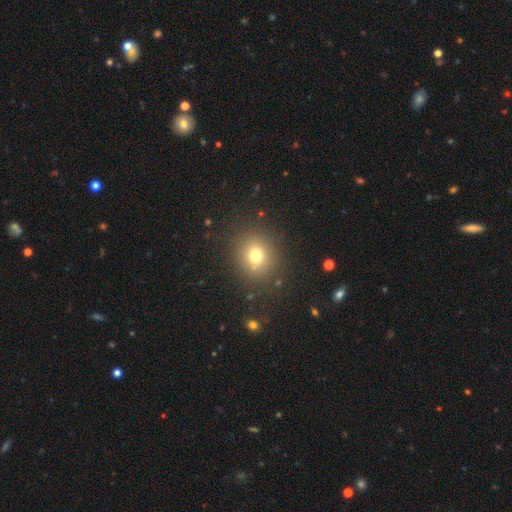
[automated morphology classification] type=smooth (74%); roundness=round (75%); merging=none (84%).